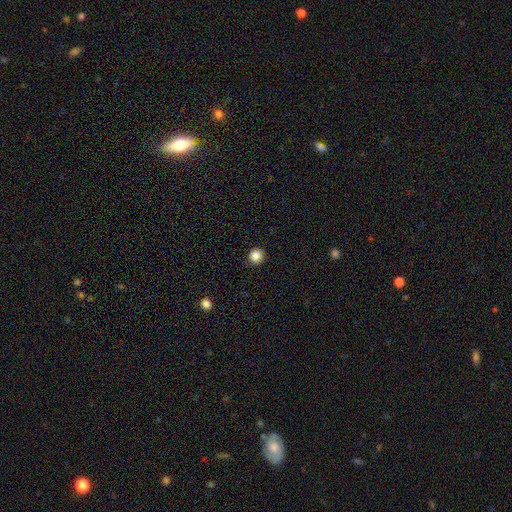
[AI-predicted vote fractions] Q: Smooth or featured?
A: smooth (86%); runner-up: star or artifact (11%)
Q: How rounded?
A: round (94%); runner-up: in between (5%)
Q: Merging?
A: none (91%); runner-up: minor disturbance (6%)